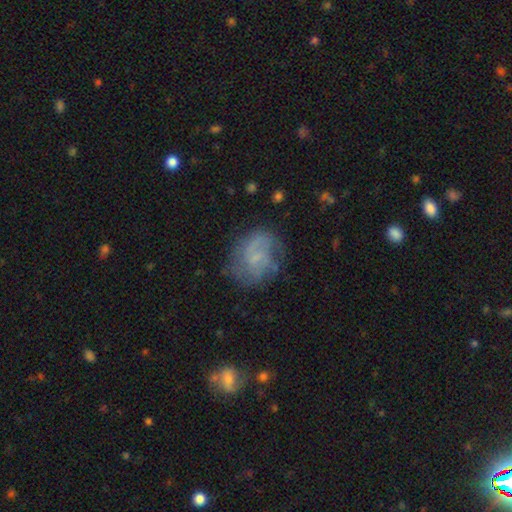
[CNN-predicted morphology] Overall: featured or disk (57%; smooth 32%). Edge-on disk: no (97%). Bar: no (64%; weak 31%). Spiral arms: yes (81%). Bulge size: small (54%; none 28%). Merging: none (65%).